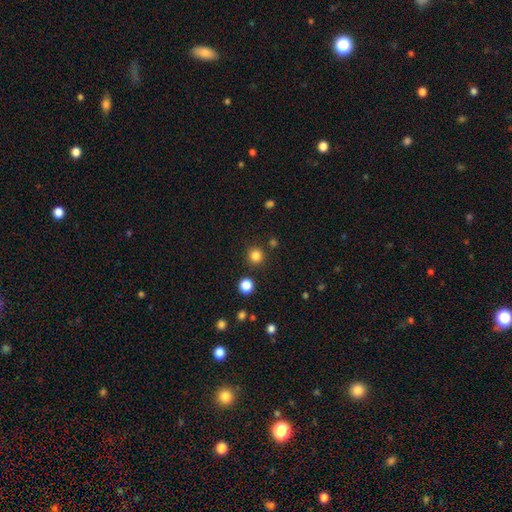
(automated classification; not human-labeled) Q: Smooth or featured?
A: smooth (83%); runner-up: star or artifact (14%)
Q: How rounded?
A: round (94%); runner-up: in between (5%)
Q: Merging?
A: none (88%); runner-up: minor disturbance (6%)